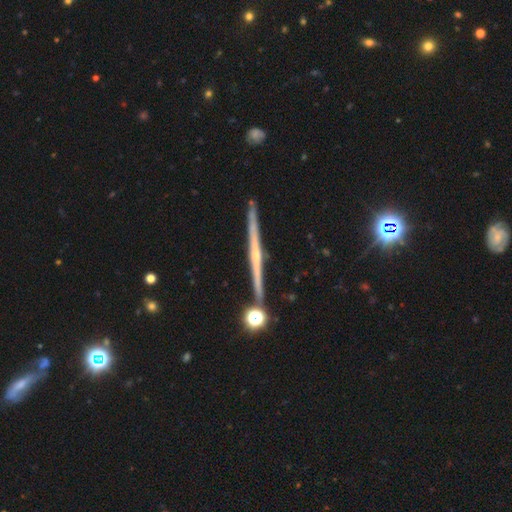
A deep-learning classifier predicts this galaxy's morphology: This appears to be a featured or disk galaxy (80%) viewed edge-on (98%) with a rounded central bulge (56%). Merging: none (90%).